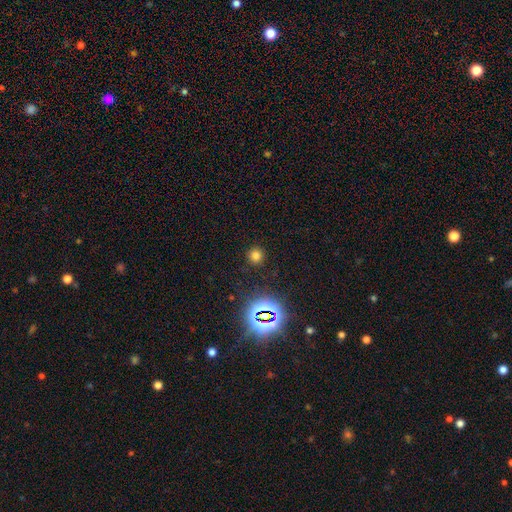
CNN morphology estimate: Smooth or featured? smooth (71%)
How rounded? round (93%)
Merging? none (90%)